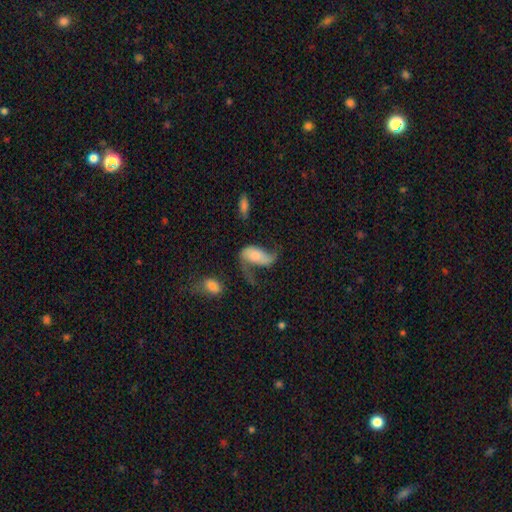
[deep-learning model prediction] The model was most divided on "bulge size": moderate: 40%, small: 37%, large: 11%, none: 10%, dominant: 3%. Remaining: edge-on disk — no (94%); spiral arms — yes (86%); spiral arm count — 2 (82%); spiral winding — loose (80%); smooth or featured — featured or disk (67%); bar — no (55%); merging — major disturbance (37%).